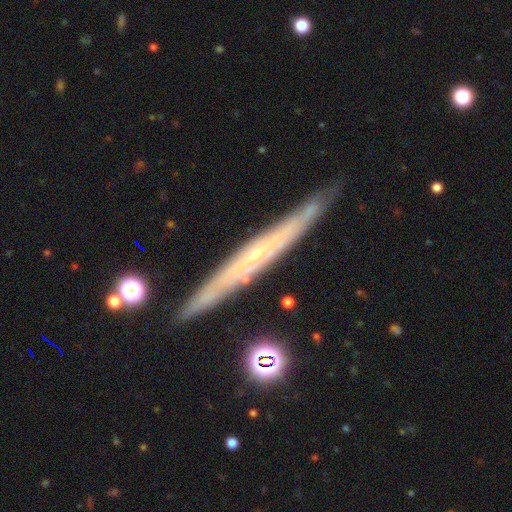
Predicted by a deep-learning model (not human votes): This appears to be a featured or disk galaxy (72%) viewed edge-on (89%) with no central bulge (67%). Merging: none (86%).